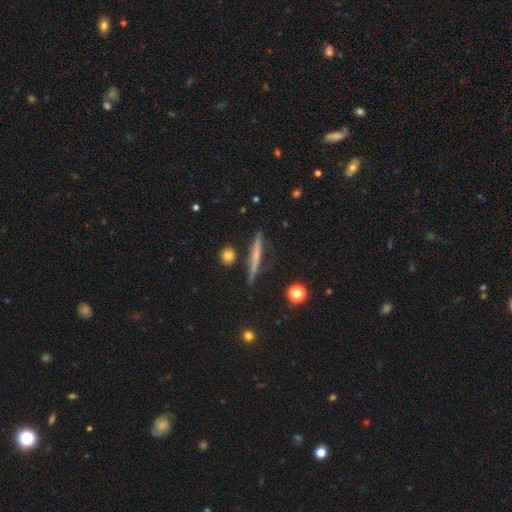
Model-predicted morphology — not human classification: type=featured or disk (47%); merging=none (86%).